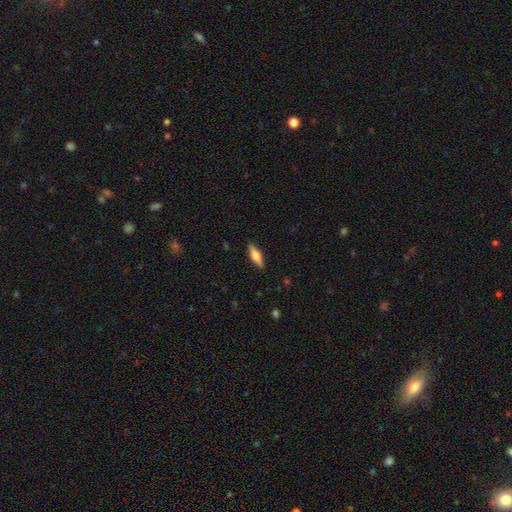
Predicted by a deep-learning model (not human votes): smooth 54%, featured or disk 40%, star or artifact 6%. Down the decision tree: how rounded — cigar-shaped (50%); merging — none (89%).